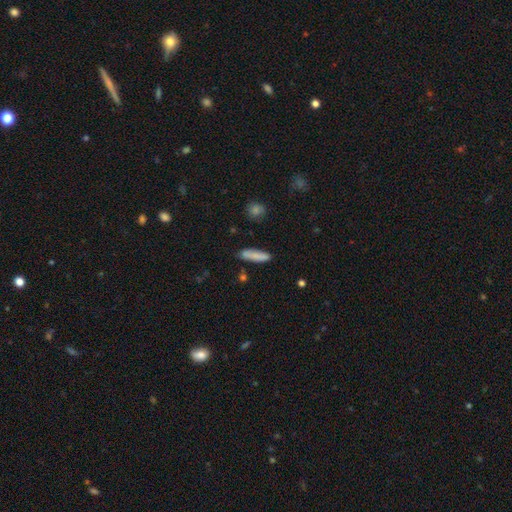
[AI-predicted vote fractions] Morphology: type=smooth (84%); roundness=cigar-shaped (75%); merging=none (82%).